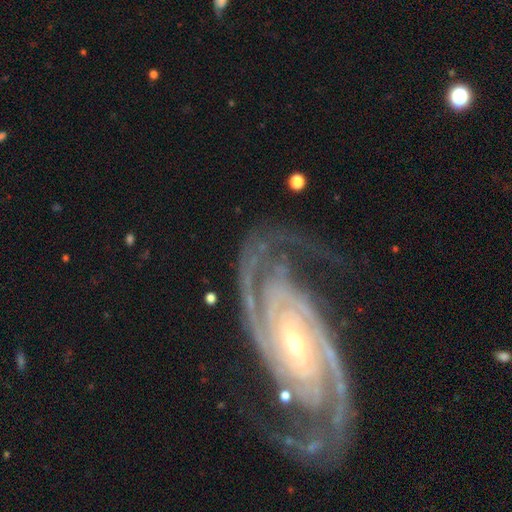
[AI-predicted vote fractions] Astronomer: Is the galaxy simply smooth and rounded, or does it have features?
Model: featured or disk — 93%.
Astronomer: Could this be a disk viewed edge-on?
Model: no — 97%.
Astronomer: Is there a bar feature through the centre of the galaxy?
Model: no — 35% (runner-up: weak, 33%).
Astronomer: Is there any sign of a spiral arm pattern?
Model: yes — 99%.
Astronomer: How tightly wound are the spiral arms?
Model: tight — 62%.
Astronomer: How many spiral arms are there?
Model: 2 — 66%.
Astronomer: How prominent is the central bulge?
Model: small — 64%.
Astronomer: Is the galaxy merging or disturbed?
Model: none — 76%.